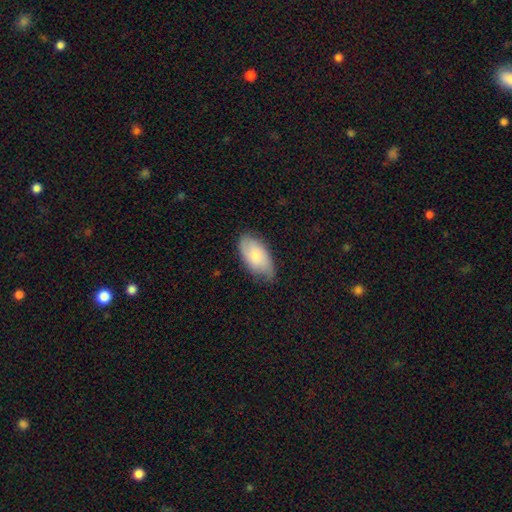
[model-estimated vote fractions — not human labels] A smooth galaxy with no disk features (68%) that is in between round and cigar-shaped (94%).

Vote fractions:
- Smooth or featured? smooth: 68% / featured or disk: 26% / star or artifact: 6%
- How rounded? in between: 94% / cigar-shaped: 3% / round: 3%
- Merging? none: 68% / minor disturbance: 27% / major disturbance: 4% / merger: 1%